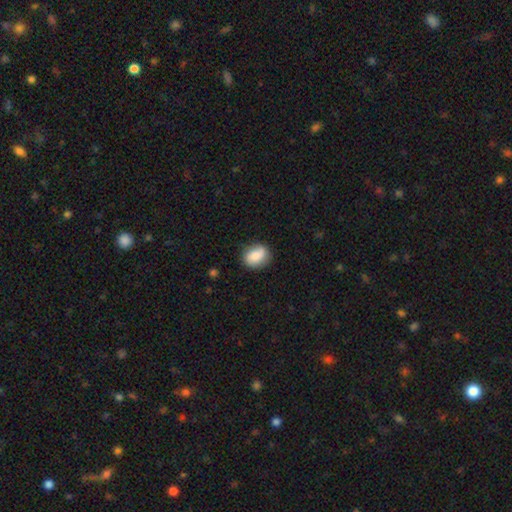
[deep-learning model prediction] smooth 80%, featured or disk 13%, star or artifact 7%. Down the decision tree: how rounded — in between (57%); merging — none (76%).